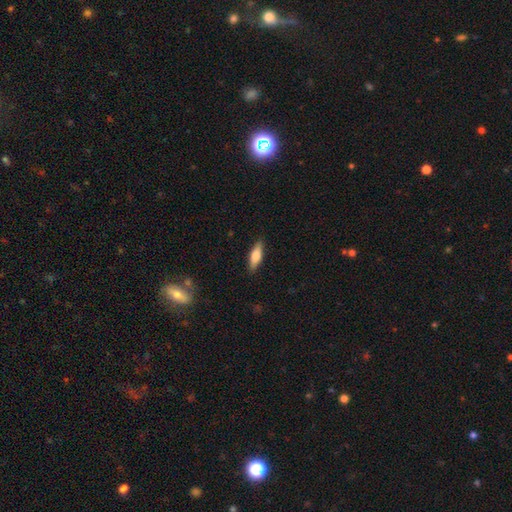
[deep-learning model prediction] Smooth or featured? Predicted: smooth (p=0.70). How rounded? Predicted: in between (p=0.54). Merging? Predicted: none (p=0.88).